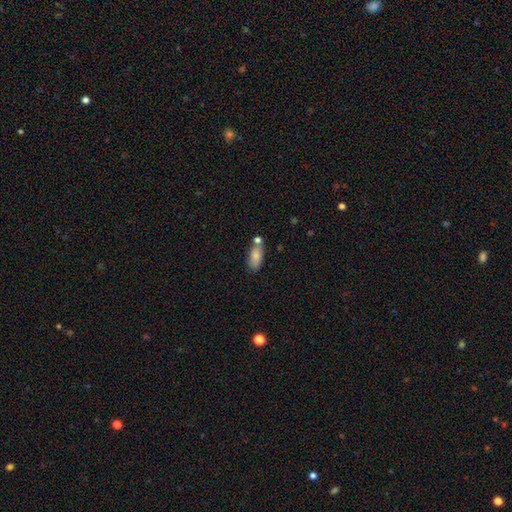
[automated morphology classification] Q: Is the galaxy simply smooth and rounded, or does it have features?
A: smooth — 79%.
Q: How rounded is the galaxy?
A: in between — 86%.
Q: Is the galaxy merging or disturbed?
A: none — 58%.